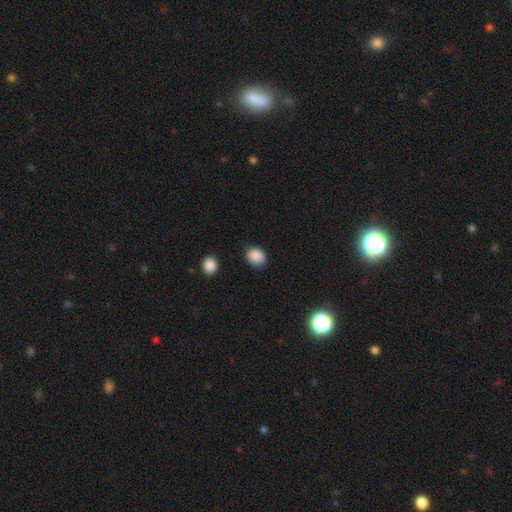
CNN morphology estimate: smooth 88%, star or artifact 9%, featured or disk 3%. Down the decision tree: how rounded — round (59%); merging — none (80%).